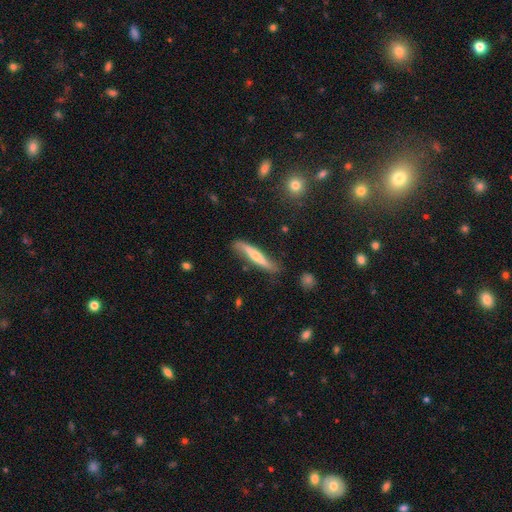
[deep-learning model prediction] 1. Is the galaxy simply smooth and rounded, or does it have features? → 47% smooth (tied), 47% featured or disk (tied), 6% star or artifact.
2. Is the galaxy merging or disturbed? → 69% none, 23% minor disturbance, 6% major disturbance, 3% merger.